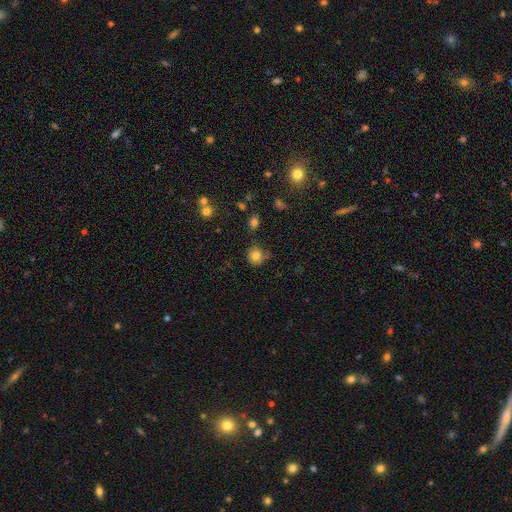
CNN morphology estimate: Smooth or featured: smooth — 80% (star or artifact — 11%)
How rounded: round — 89% (in between — 10%)
Merging: none — 75% (minor disturbance — 17%)